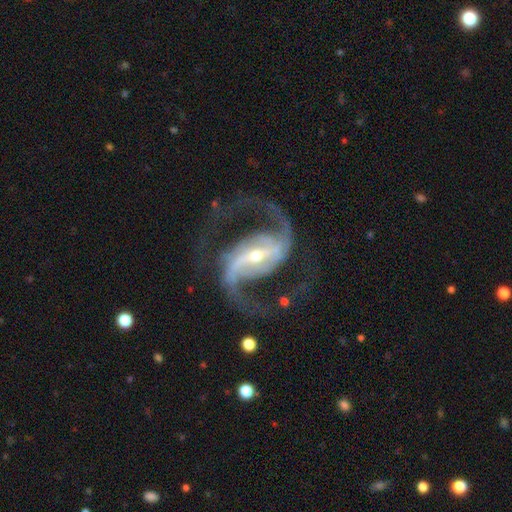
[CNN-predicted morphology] smooth-or-featured: featured or disk: 94% | star or artifact: 4% | smooth: 2%
  disk-edge-on: no: 98% | yes: 2%
    bar: strong: 61% | weak: 30% | no: 9%
    has-spiral-arms: yes: 98% | no: 2%
      spiral-winding: medium: 51% | loose: 41% | tight: 8%
      spiral-arm-count: 2: 94% | 3: 1% | can't tell: 1% | 1: 1% | 4: 1% | more than 4: 1%
    bulge-size: small: 58% | moderate: 38% | large: 2% | none: 1% | dominant: 1%
  merging: none: 76% | minor disturbance: 12% | major disturbance: 11% | merger: 2%